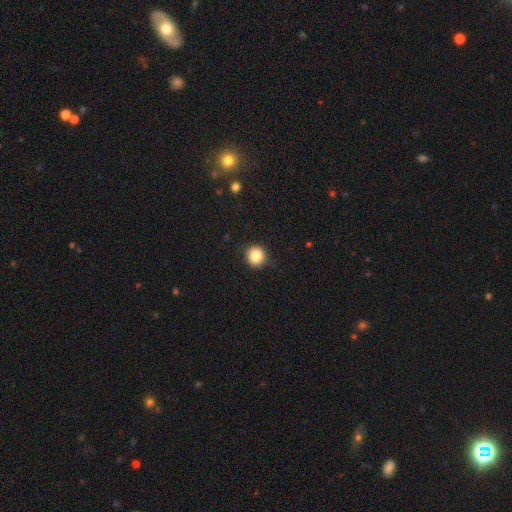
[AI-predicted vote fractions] Smooth or featured? Predicted: smooth (p=0.83). How rounded? Predicted: round (p=0.94). Merging? Predicted: none (p=0.91).